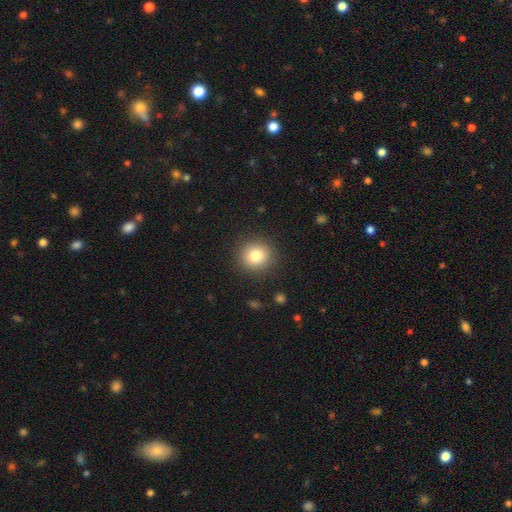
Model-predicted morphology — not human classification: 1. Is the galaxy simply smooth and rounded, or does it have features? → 81% smooth, 11% star or artifact, 8% featured or disk.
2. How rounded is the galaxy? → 91% round, 8% in between, 1% cigar-shaped.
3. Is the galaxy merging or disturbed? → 90% none, 6% minor disturbance, 3% major disturbance, 1% merger.